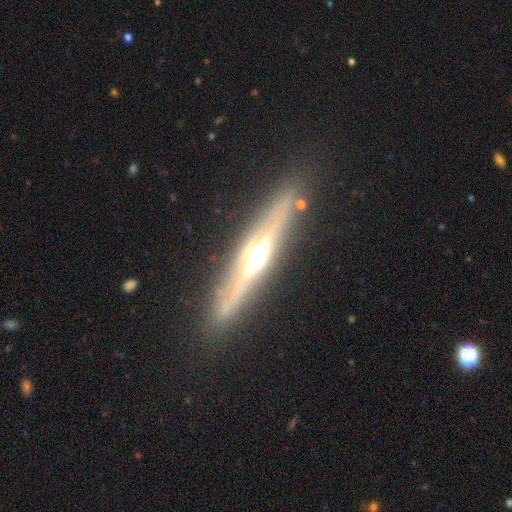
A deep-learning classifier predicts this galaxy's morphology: smooth-or-featured: featured or disk: 80% | smooth: 13% | star or artifact: 7%
  disk-edge-on: yes: 94% | no: 6%
    edge-on-bulge: rounded: 90% | boxy: 6% | none: 4%
  merging: none: 87% | minor disturbance: 9% | major disturbance: 3% | merger: 2%